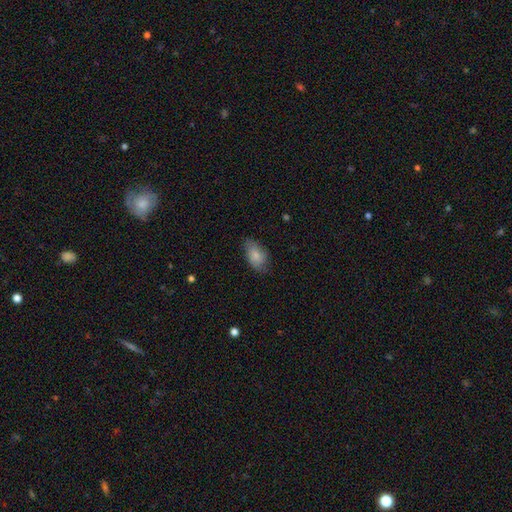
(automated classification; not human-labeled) smooth_or_featured: smooth (p=0.79) [alt: featured or disk p=0.15]
how_rounded: in between (p=0.91) [alt: round p=0.06]
merging: none (p=0.69) [alt: minor disturbance p=0.25]